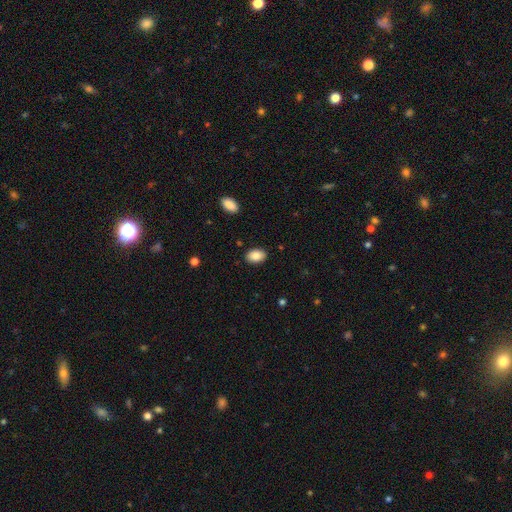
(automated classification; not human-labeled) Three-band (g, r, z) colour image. It shows a smooth galaxy with no disk features (86%) that is in between round and cigar-shaped (88%). Merging: none (88%).